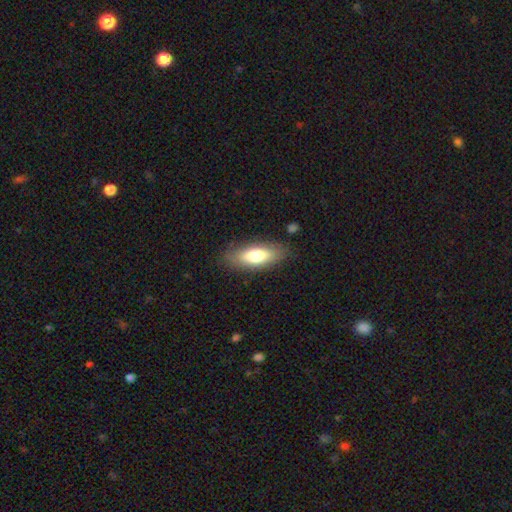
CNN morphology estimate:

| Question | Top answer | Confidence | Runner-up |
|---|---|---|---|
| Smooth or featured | smooth | 71% | featured or disk (23%) |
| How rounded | in between | 74% | cigar-shaped (23%) |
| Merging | none | 83% | minor disturbance (12%) |